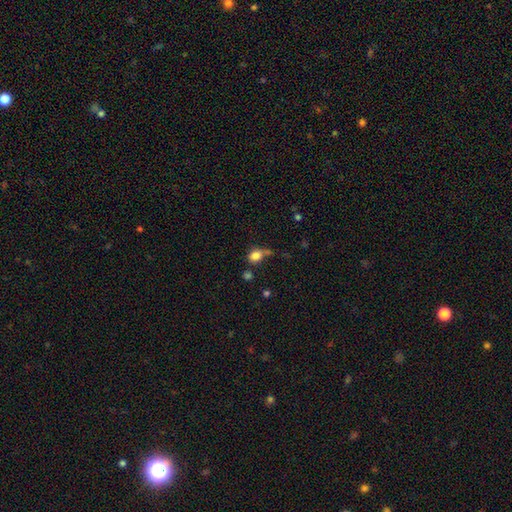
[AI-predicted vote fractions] smooth_or_featured: smooth (p=0.80) [alt: star or artifact p=0.11]
how_rounded: round (p=0.51) [alt: in between p=0.47]
merging: none (p=0.41) [alt: minor disturbance p=0.24]